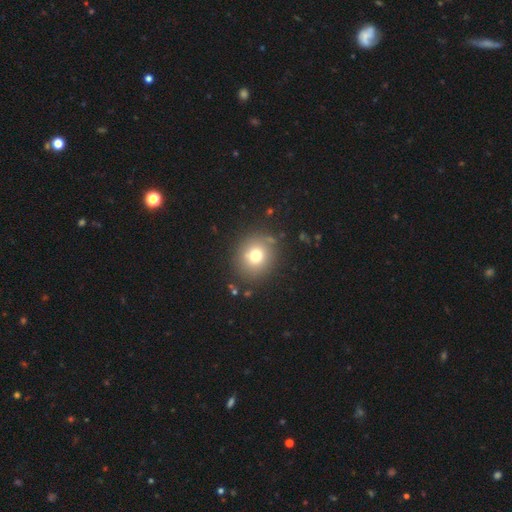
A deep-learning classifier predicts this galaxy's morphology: A smooth galaxy with no disk features (73%) that is round (84%). Merging: none (84%).